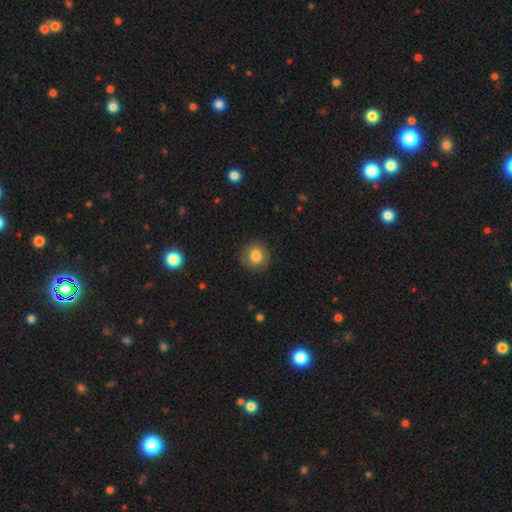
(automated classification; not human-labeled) A smooth galaxy with no disk features (79%) that is round (89%).

Vote fractions:
- Smooth or featured? smooth: 79% / featured or disk: 12% / star or artifact: 9%
- How rounded? round: 89% / in between: 10% / cigar-shaped: 1%
- Merging? none: 87% / minor disturbance: 9% / major disturbance: 3% / merger: 1%